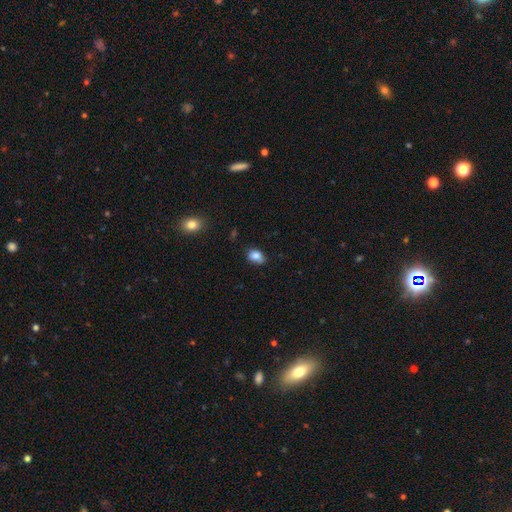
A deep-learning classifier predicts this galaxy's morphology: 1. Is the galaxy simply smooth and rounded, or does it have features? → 83% smooth, 9% star or artifact, 8% featured or disk.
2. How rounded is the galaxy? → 75% in between, 24% round, 1% cigar-shaped.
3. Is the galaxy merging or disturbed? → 66% none, 26% minor disturbance, 4% major disturbance, 3% merger.